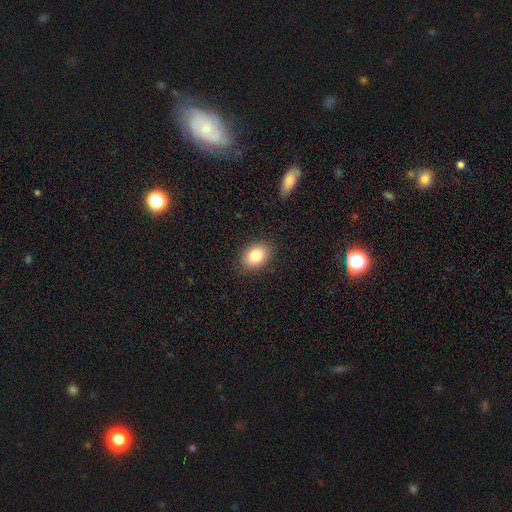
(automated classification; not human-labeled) Smooth or featured? smooth (83%)
How rounded? in between (69%)
Merging? none (87%)